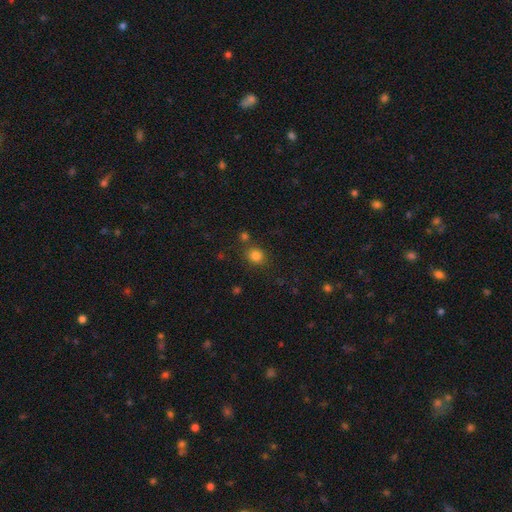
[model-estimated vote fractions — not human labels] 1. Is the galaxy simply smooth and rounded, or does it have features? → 81% smooth, 14% star or artifact, 5% featured or disk.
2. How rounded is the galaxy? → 76% round, 23% in between, 1% cigar-shaped.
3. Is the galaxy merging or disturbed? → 77% none, 10% minor disturbance, 9% merger, 4% major disturbance.